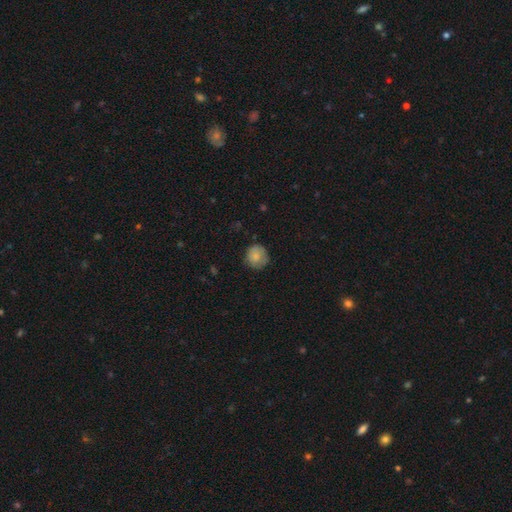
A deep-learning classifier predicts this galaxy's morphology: This is clearly a smooth galaxy (80%). How rounded: clearly round (88%). Merging: likely none (71%).